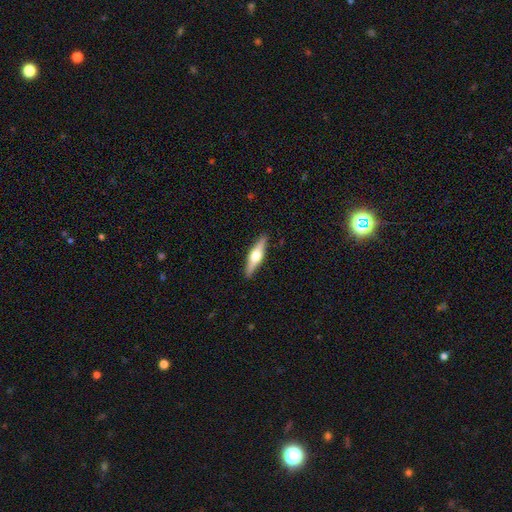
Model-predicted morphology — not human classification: Smooth or featured? featured or disk (69%)
Edge-on disk? yes (97%)
Edge-on bulge? rounded (95%)
Merging? none (91%)